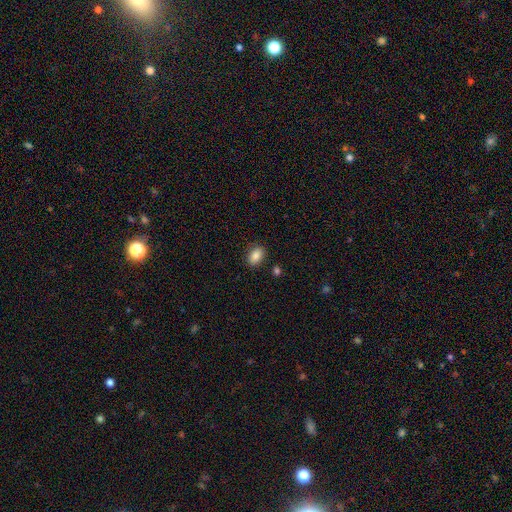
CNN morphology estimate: smooth_or_featured: smooth (p=0.87) [alt: star or artifact p=0.08]
how_rounded: in between (p=0.84) [alt: round p=0.14]
merging: none (p=0.86) [alt: minor disturbance p=0.09]